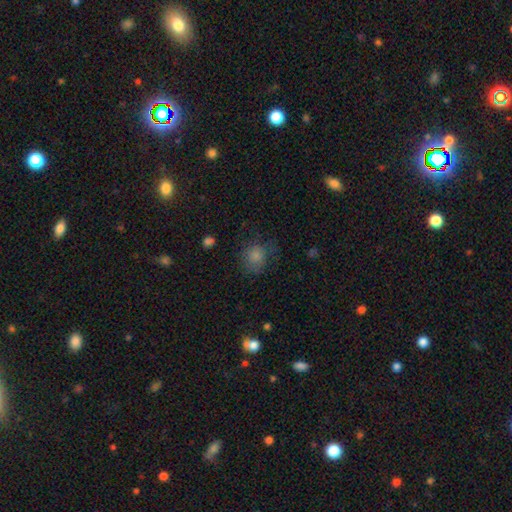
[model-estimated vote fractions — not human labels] Morphology: type=smooth (81%); roundness=round (79%); merging=none (65%).